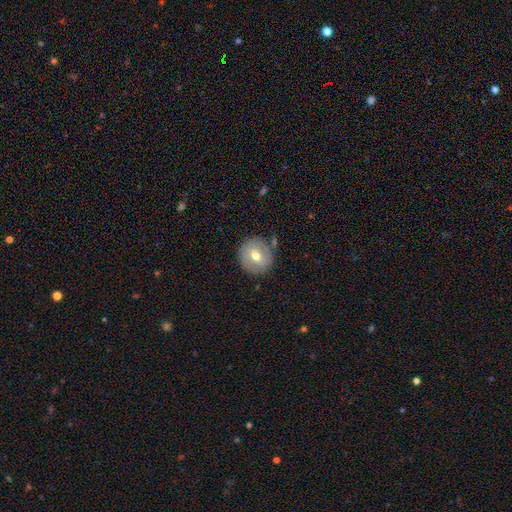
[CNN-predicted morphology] smooth 57%, featured or disk 35%, star or artifact 8%. Down the decision tree: how rounded — round (92%); merging — none (84%).